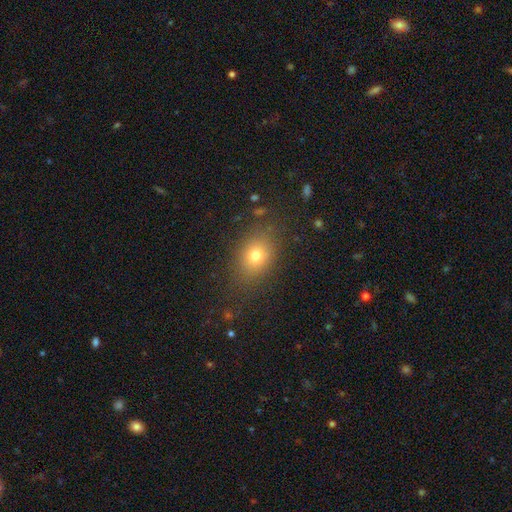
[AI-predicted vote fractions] Morphology: type=smooth (74%); roundness=in between (63%); merging=none (82%).